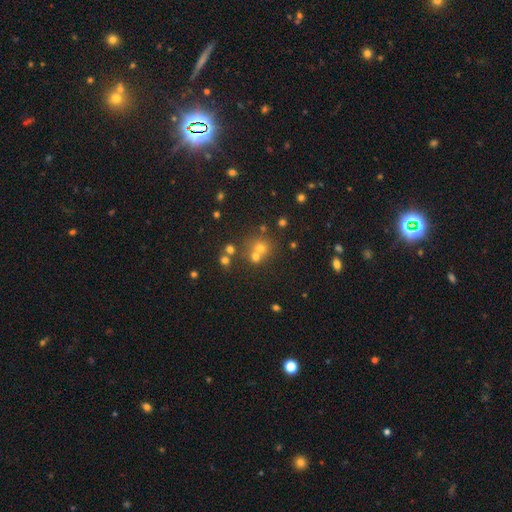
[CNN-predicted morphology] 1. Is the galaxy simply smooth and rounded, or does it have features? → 46% star or artifact, 42% smooth, 12% featured or disk.